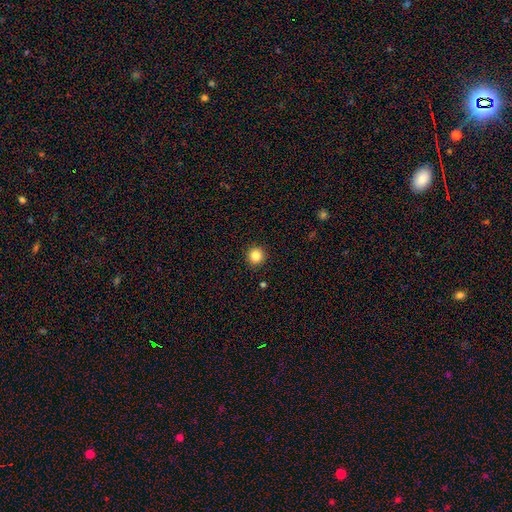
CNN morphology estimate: A smooth galaxy with no disk features (85%) that is round (96%). Merging: none (93%).